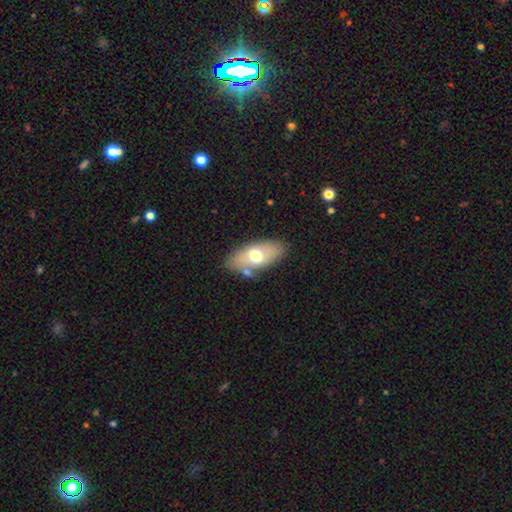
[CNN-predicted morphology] This is likely a smooth galaxy (62%). How rounded: clearly in between (90%). Merging: likely none (73%).